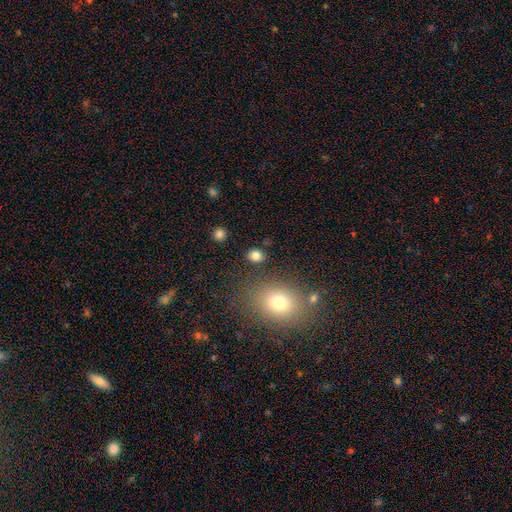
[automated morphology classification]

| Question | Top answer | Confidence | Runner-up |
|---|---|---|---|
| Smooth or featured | smooth | 82% | star or artifact (13%) |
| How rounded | round | 66% | in between (33%) |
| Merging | none | 86% | minor disturbance (7%) |